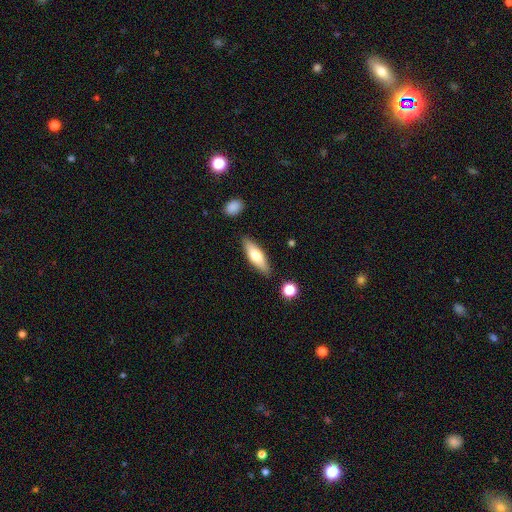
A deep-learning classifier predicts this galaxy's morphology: This is likely a smooth galaxy (64%). How rounded: possibly cigar-shaped (50%). Merging: clearly none (85%).